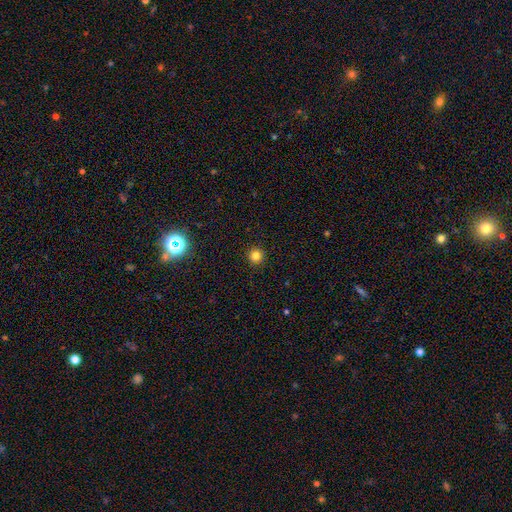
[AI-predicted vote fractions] The model was most divided on "smooth or featured": smooth: 81%, star or artifact: 14%, featured or disk: 5%. More confident: how rounded — round (95%); merging — none (93%).